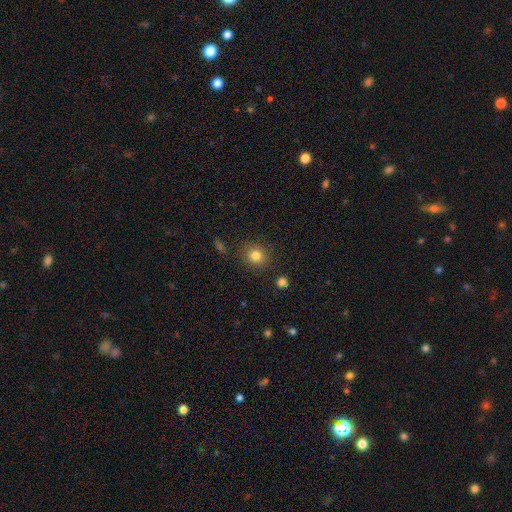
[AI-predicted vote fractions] Overall: smooth (82%). How rounded: round (88%). Merging: none (87%).